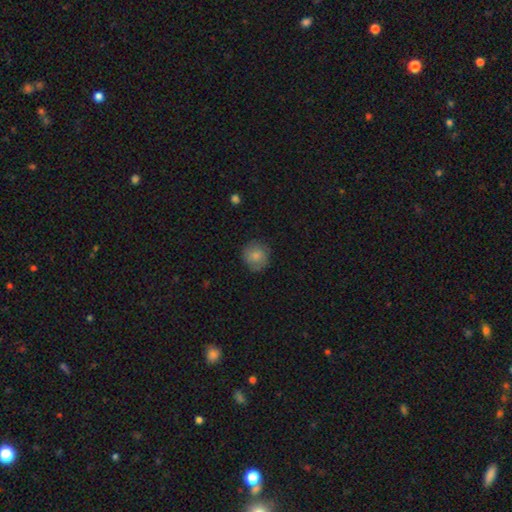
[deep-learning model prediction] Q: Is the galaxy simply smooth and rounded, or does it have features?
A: smooth — 81%.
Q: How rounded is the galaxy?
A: round — 89%.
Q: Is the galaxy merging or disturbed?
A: none — 83%.